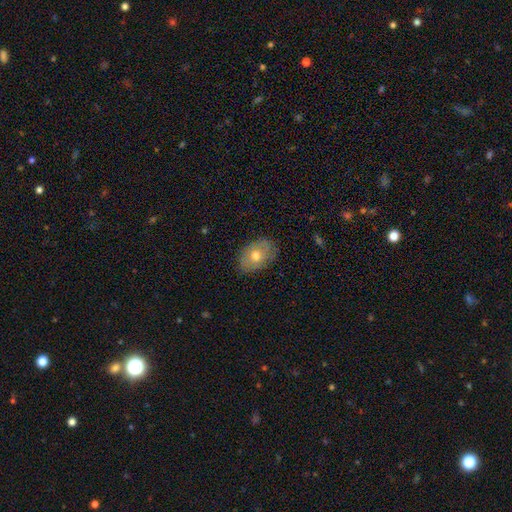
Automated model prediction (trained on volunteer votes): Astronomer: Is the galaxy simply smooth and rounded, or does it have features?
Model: smooth — 60%.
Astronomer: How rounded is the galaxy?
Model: in between — 83%.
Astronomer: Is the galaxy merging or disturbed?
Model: none — 78%.